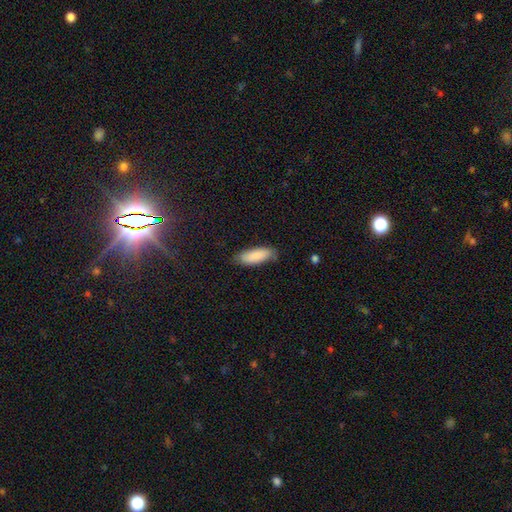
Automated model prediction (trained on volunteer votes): A smooth galaxy with no disk features (87%) that is in between round and cigar-shaped (66%).

Vote fractions:
- Smooth or featured? smooth: 87% / featured or disk: 7% / star or artifact: 6%
- How rounded? in between: 66% / cigar-shaped: 32% / round: 2%
- Merging? none: 76% / minor disturbance: 19% / major disturbance: 3% / merger: 1%